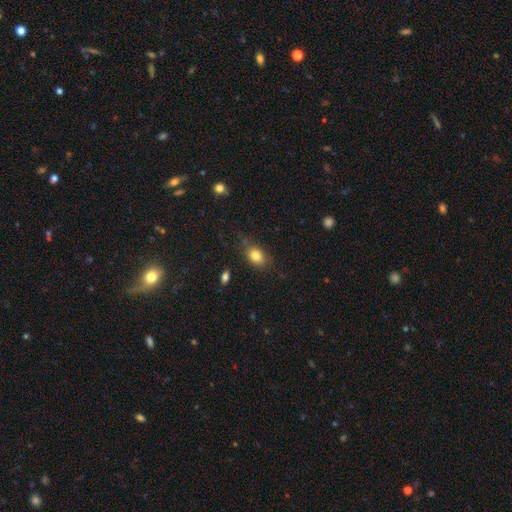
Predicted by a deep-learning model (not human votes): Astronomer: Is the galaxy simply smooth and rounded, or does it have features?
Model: smooth — 83%.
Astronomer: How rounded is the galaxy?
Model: in between — 73%.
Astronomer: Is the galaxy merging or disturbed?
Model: none — 74%.